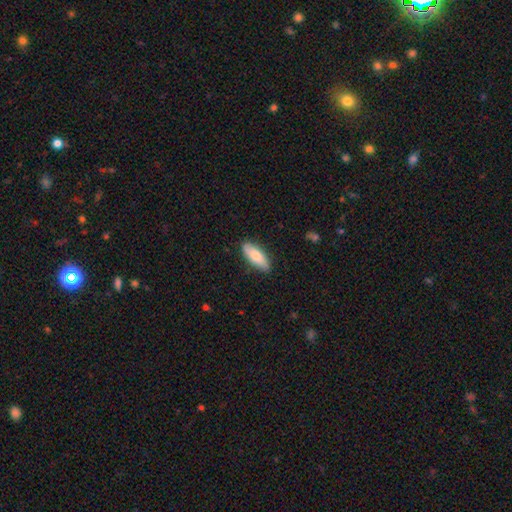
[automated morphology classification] A smooth galaxy with no disk features (79%) that is in between round and cigar-shaped (74%). Merging: none (86%).